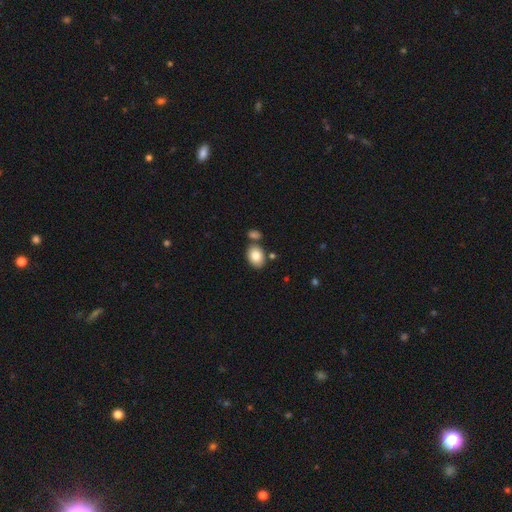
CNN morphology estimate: Smooth or featured: smooth — 83% (featured or disk — 9%)
How rounded: in between — 76% (round — 23%)
Merging: none — 72% (merger — 14%)